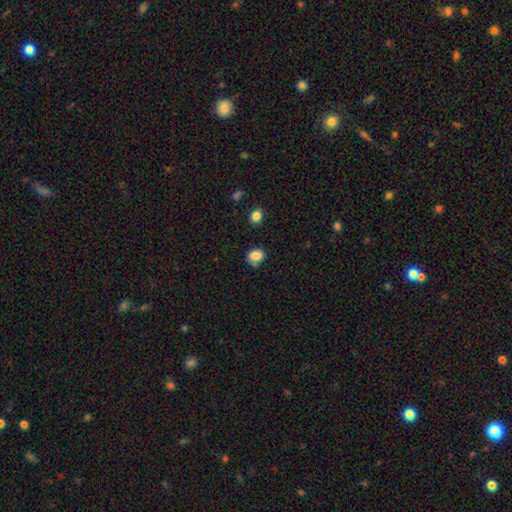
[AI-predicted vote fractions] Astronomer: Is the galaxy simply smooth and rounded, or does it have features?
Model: smooth — 84%.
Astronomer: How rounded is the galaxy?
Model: in between — 58% (runner-up: round, 41%).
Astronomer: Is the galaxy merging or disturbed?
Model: none — 69%.